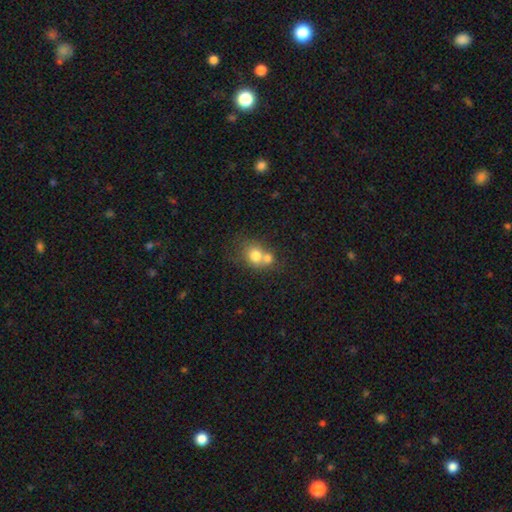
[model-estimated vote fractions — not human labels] smooth 74%, featured or disk 15%, star or artifact 10%. Down the decision tree: how rounded — round (69%); merging — merger (57%).